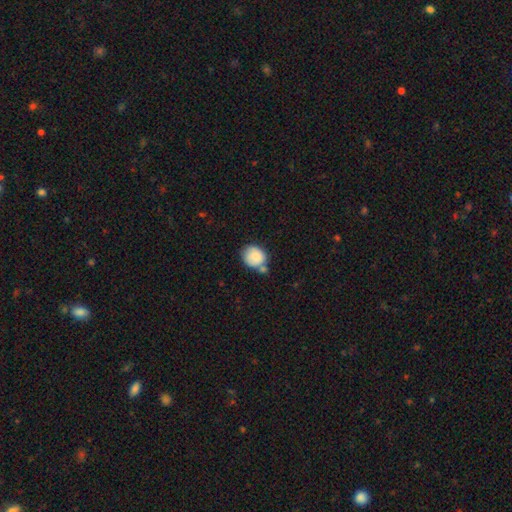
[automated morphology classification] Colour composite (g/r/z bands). It shows a smooth galaxy with no disk features (85%) that is round (73%). Merging: none (52%).